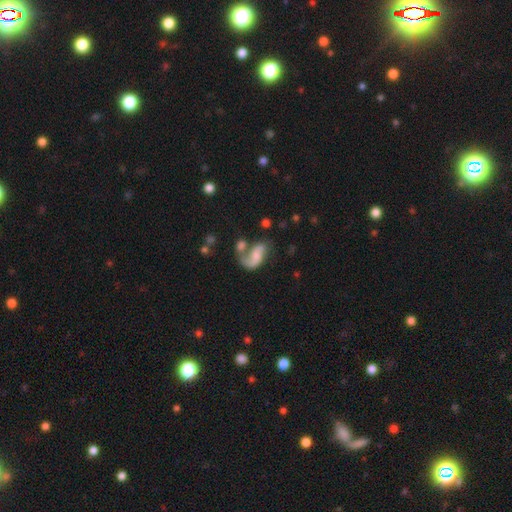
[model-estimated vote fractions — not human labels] Smooth or featured: featured or disk — 63% (smooth — 28%)
Edge-on disk: no — 97% (yes — 3%)
Bar: no — 56% (weak — 33%)
Spiral arms: yes — 83% (no — 17%)
Spiral winding: loose — 63% (medium — 28%)
Spiral arm count: 2 — 50% (1 — 43%)
Bulge size: small — 36% (moderate — 30%)
Merging: merger — 34% (none — 27%)